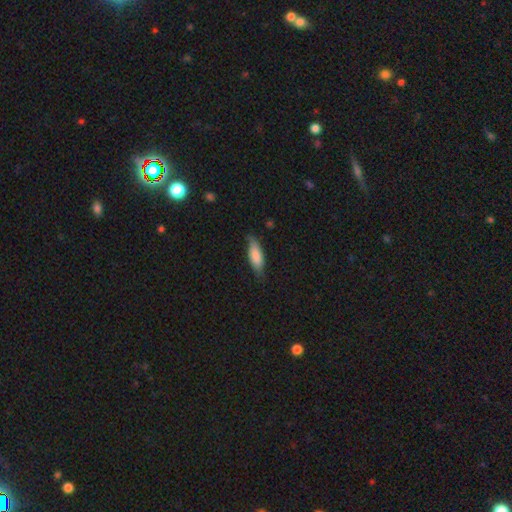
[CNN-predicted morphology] A smooth galaxy with no disk features (80%) that is in between round and cigar-shaped (64%).

Vote fractions:
- Smooth or featured? smooth: 80% / featured or disk: 14% / star or artifact: 6%
- How rounded? in between: 64% / cigar-shaped: 34% / round: 2%
- Merging? none: 71% / minor disturbance: 23% / major disturbance: 4% / merger: 1%